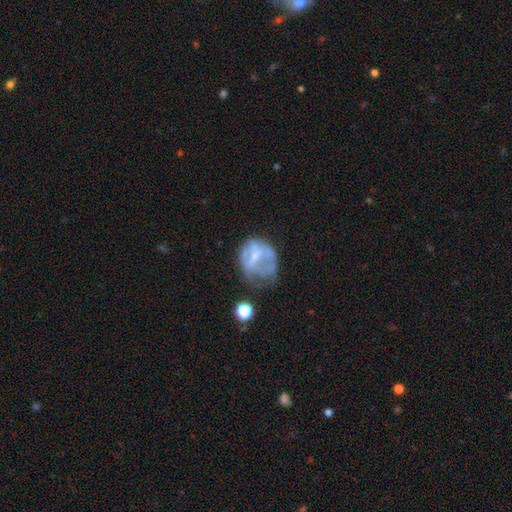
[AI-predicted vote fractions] Smooth or featured? featured or disk (56%)
Edge-on disk? no (98%)
Bar? no (52%)
Spiral arms? no (75%)
Bulge size? small (44%)
Merging? major disturbance (37%)